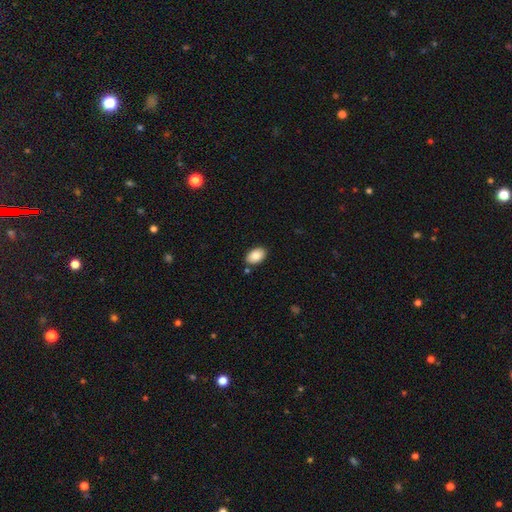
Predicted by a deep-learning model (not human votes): smooth 87%, star or artifact 7%, featured or disk 6%. Down the decision tree: how rounded — in between (90%); merging — none (85%).